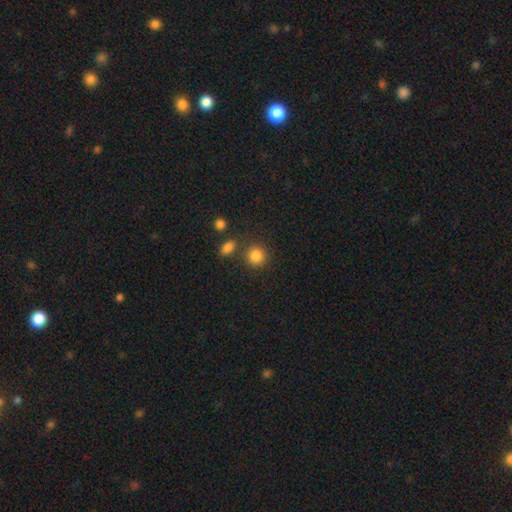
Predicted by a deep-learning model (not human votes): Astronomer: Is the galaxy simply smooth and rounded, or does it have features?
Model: smooth — 85%.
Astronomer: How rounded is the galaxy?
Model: round — 87%.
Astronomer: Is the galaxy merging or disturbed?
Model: none — 78%.